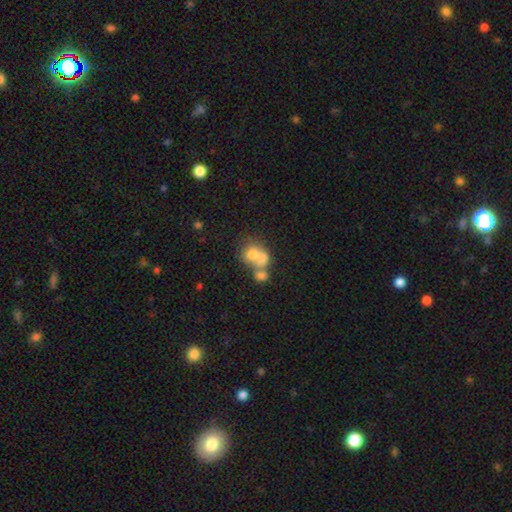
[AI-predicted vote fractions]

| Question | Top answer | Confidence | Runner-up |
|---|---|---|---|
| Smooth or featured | smooth | 66% | featured or disk (23%) |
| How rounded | round | 60% | in between (38%) |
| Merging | merger | 66% | none (20%) |